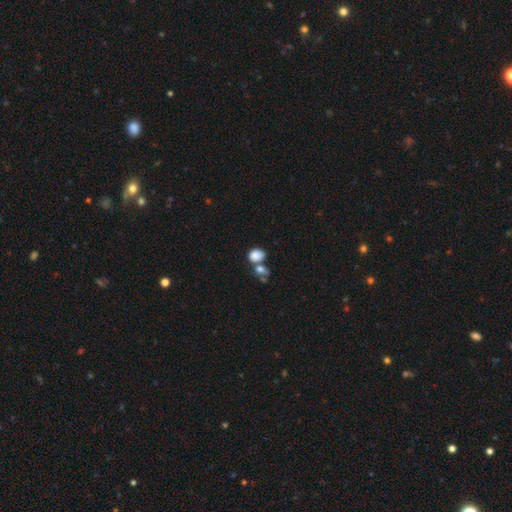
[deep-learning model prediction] The model was most divided on "merging": none: 41%, merger: 39%, minor disturbance: 14%, major disturbance: 6%. More confident: smooth or featured — smooth (84%); how rounded — in between (57%).